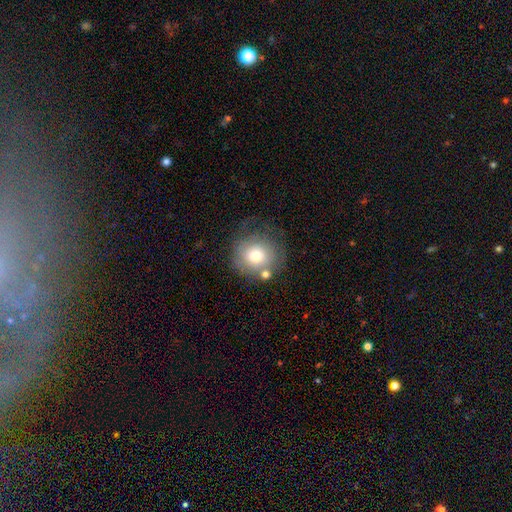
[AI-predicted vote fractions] Morphology: type=smooth (71%); roundness=round (87%); merging=none (58%).